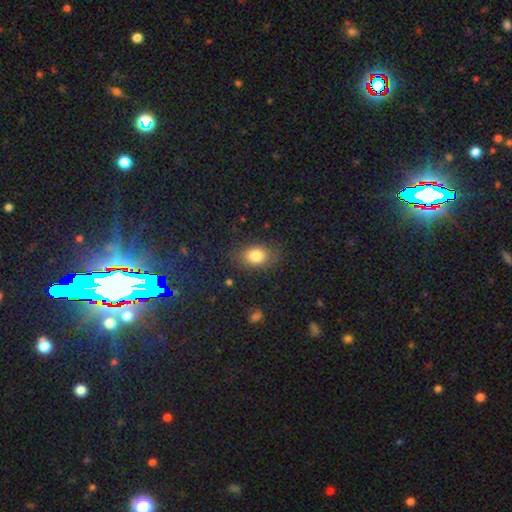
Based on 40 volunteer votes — Smooth or featured?
  - smooth: 80% *
  - featured or disk: 12%
  - star or artifact: 8%
How rounded?
  - in between: 78% *
  - round: 22%
  - cigar-shaped: 0%
Merging?
  - none: 78% *
  - minor disturbance: 14%
  - major disturbance: 5%
  - merger: 3%